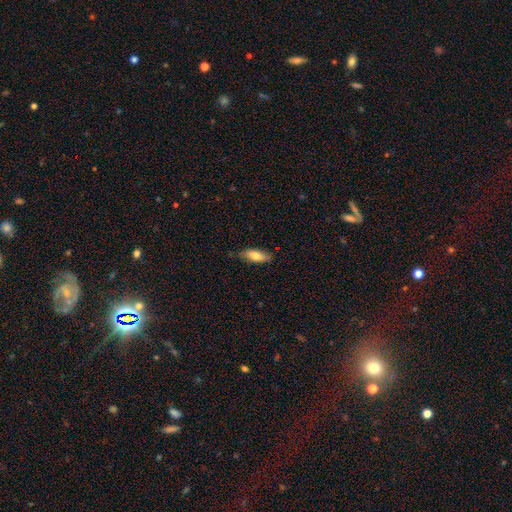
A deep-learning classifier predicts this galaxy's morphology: The model was most divided on "how rounded": in between: 72%, cigar-shaped: 26%, round: 2%. More confident: smooth or featured — smooth (79%); merging — none (78%).